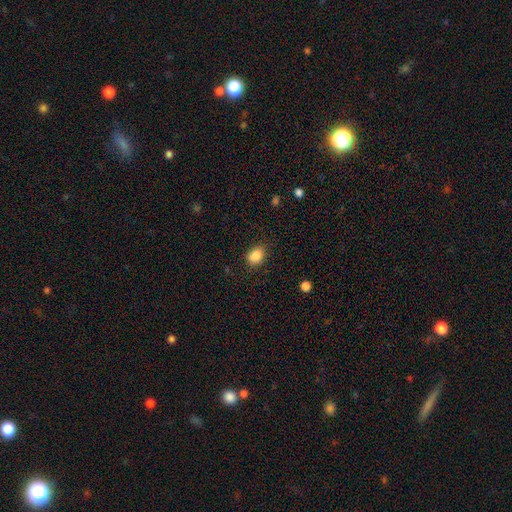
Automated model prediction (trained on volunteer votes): This appears to be a smooth galaxy with no disk features (85%) that is in between round and cigar-shaped (65%). Merging: none (79%).